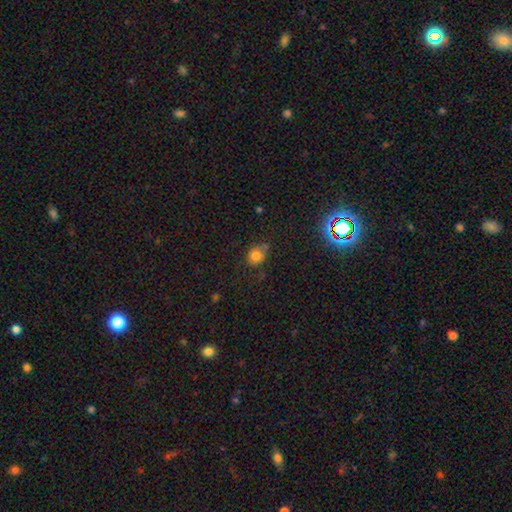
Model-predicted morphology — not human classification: A smooth galaxy with no disk features (77%) that is round (72%).

Vote fractions:
- Smooth or featured? smooth: 77% / star or artifact: 14% / featured or disk: 9%
- How rounded? round: 72% / in between: 27% / cigar-shaped: 1%
- Merging? none: 64% / minor disturbance: 19% / merger: 12% / major disturbance: 5%